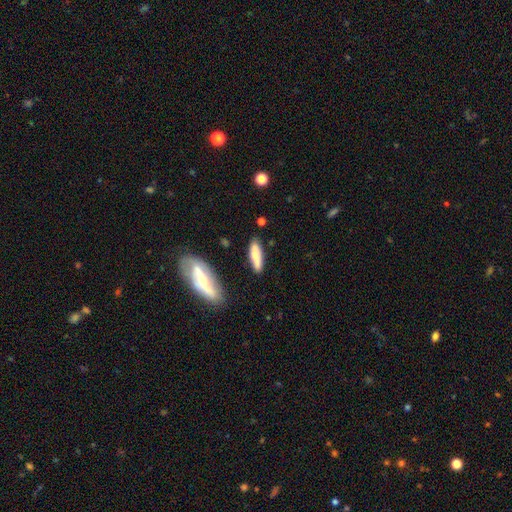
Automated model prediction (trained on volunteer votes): Smooth or featured? Predicted: smooth (p=0.70). How rounded? Predicted: cigar-shaped (p=0.59). Merging? Predicted: none (p=0.79).